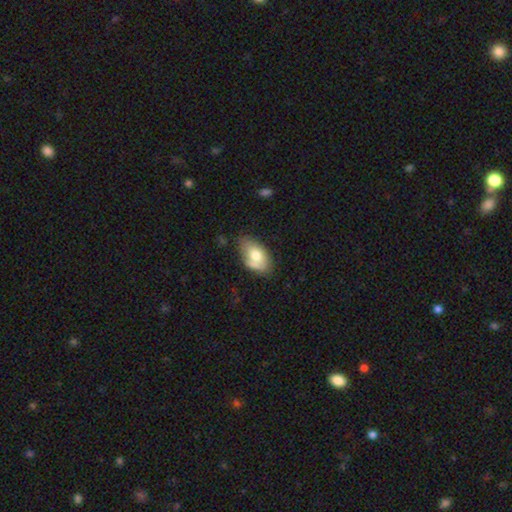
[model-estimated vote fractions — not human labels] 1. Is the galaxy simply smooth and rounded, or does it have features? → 69% smooth, 25% featured or disk, 7% star or artifact.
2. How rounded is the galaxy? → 93% in between, 5% round, 2% cigar-shaped.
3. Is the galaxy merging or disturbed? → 52% none, 31% minor disturbance, 10% major disturbance, 6% merger.